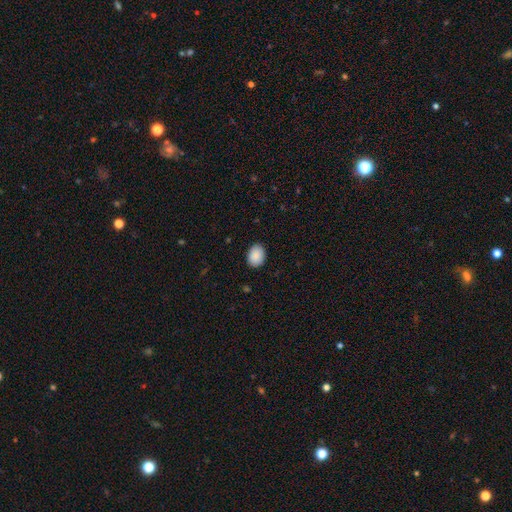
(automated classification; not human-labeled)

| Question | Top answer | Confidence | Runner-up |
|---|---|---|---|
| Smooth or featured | smooth | 90% | star or artifact (7%) |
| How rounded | in between | 66% | round (33%) |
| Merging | none | 87% | minor disturbance (10%) |